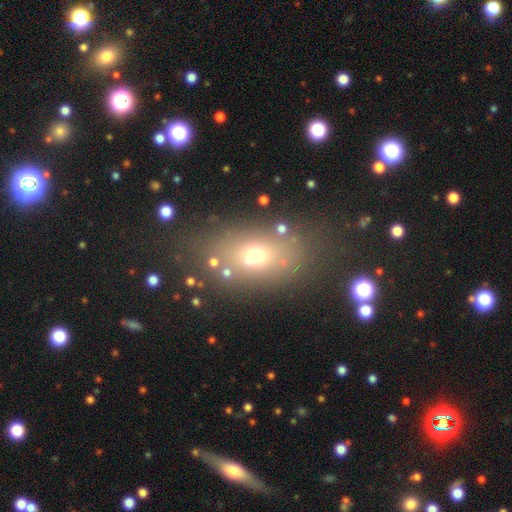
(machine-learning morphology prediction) Smooth or featured: smooth — 64% (star or artifact — 19%)
How rounded: in between — 73% (round — 23%)
Merging: none — 76% (minor disturbance — 12%)